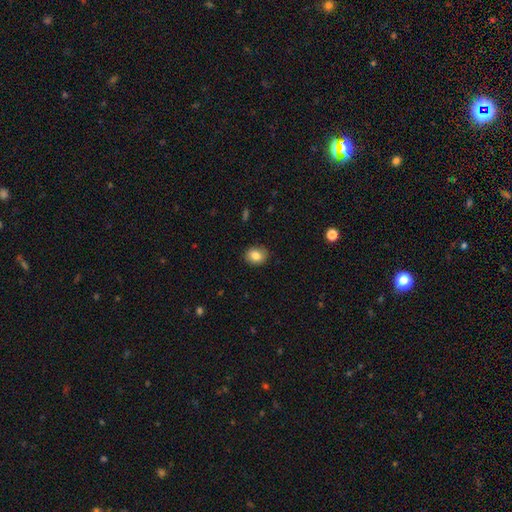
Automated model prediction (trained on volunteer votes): smooth_or_featured: smooth (p=0.84) [alt: star or artifact p=0.09]
how_rounded: round (p=0.56) [alt: in between p=0.43]
merging: none (p=0.87) [alt: minor disturbance p=0.10]